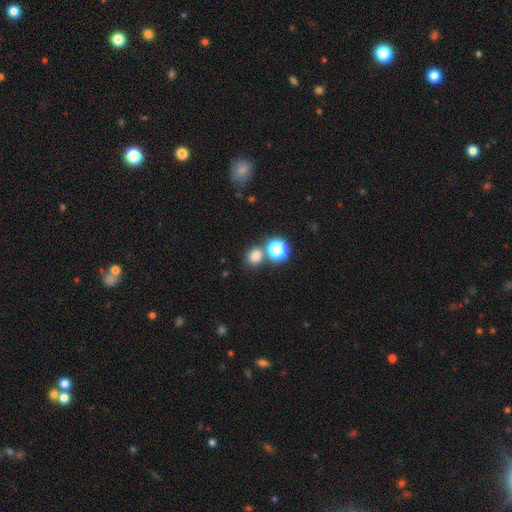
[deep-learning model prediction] Q: Smooth or featured?
A: smooth (76%); runner-up: star or artifact (18%)
Q: How rounded?
A: round (77%); runner-up: in between (22%)
Q: Merging?
A: none (68%); runner-up: merger (20%)